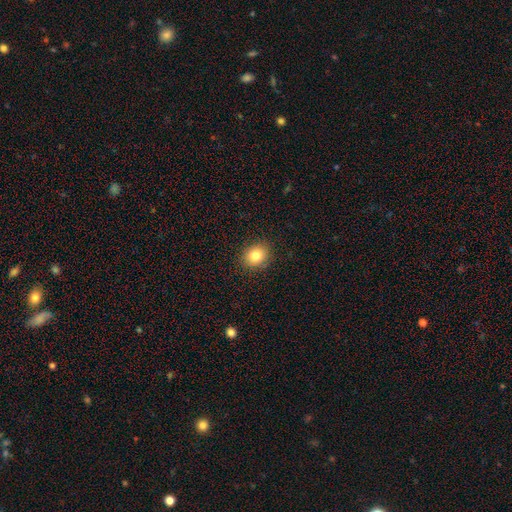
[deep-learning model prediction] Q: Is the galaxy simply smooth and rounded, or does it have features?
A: smooth — 83%.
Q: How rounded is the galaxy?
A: round — 61%.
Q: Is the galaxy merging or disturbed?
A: none — 89%.